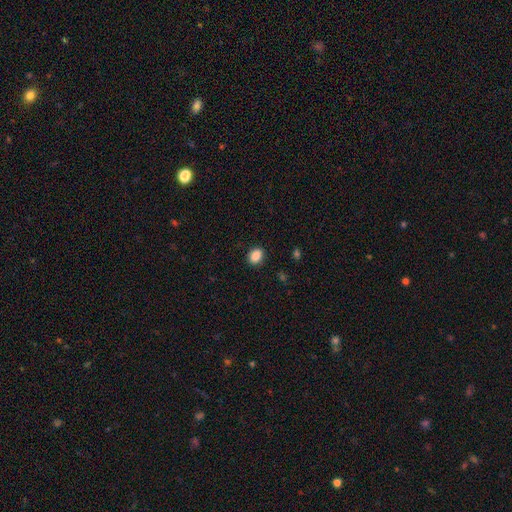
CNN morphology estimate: smooth_or_featured: smooth (p=0.88) [alt: star or artifact p=0.09]
how_rounded: in between (p=0.62) [alt: round p=0.37]
merging: none (p=0.90) [alt: minor disturbance p=0.07]